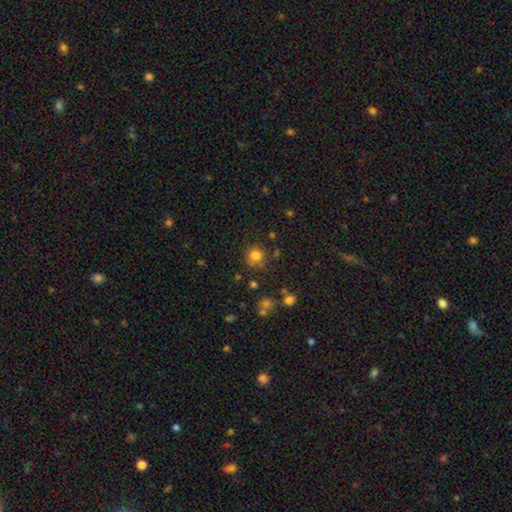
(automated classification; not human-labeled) smooth-or-featured: smooth: 80% | star or artifact: 14% | featured or disk: 6%
  how-rounded: round: 87% | in between: 12% | cigar-shaped: 1%
  merging: none: 74% | minor disturbance: 15% | merger: 6% | major disturbance: 5%